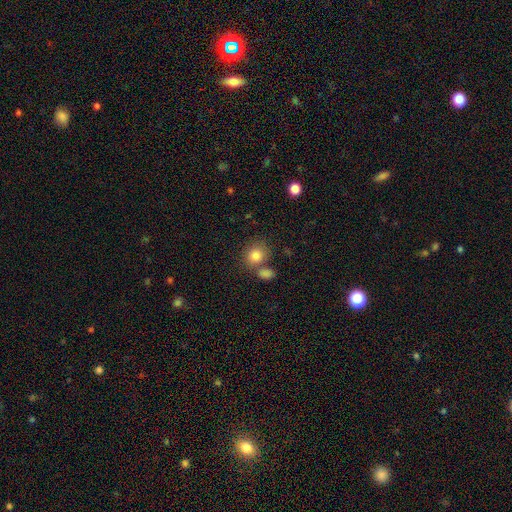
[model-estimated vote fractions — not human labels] Smooth or featured?
  - smooth: 83% *
  - star or artifact: 10%
  - featured or disk: 7%
How rounded?
  - round: 69% *
  - in between: 30%
  - cigar-shaped: 1%
Merging?
  - none: 59% *
  - merger: 25%
  - minor disturbance: 12%
  - major disturbance: 4%